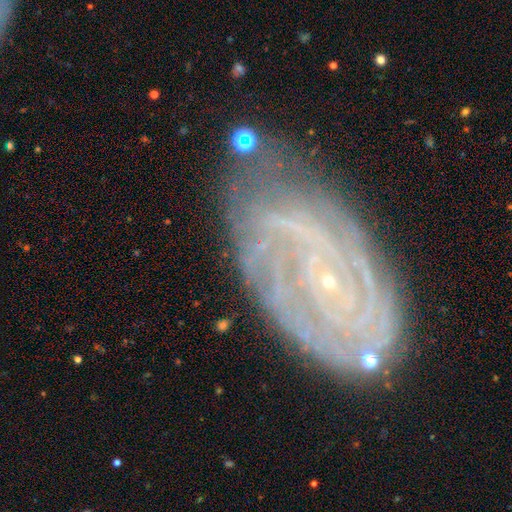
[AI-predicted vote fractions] Morphology: type=featured or disk (86%); edge-on=no (96%); bar=no (60%); spiral arms=yes (97%); winding=tight (76%); arm count=can't tell (23%); bulge=small (85%); merging=none (70%).